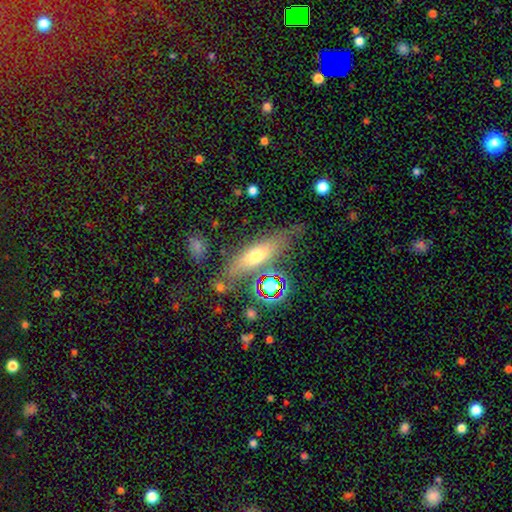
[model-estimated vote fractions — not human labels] Smooth or featured? smooth (52%)
How rounded? cigar-shaped (53%)
Merging? none (66%)